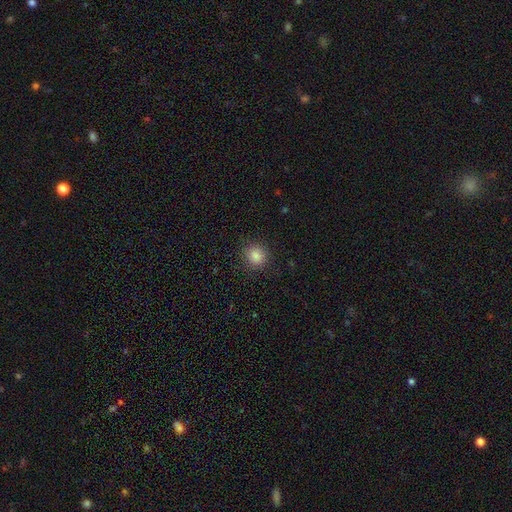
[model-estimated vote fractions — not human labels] Morphology: type=smooth (84%); roundness=round (88%); merging=none (89%).